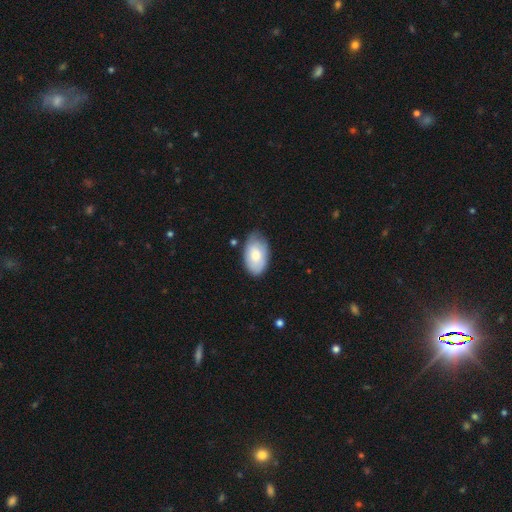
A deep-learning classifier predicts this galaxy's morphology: smooth-or-featured: smooth: 70% | featured or disk: 24% | star or artifact: 6%
  how-rounded: in between: 93% | round: 5% | cigar-shaped: 1%
  merging: none: 72% | minor disturbance: 22% | major disturbance: 4% | merger: 2%